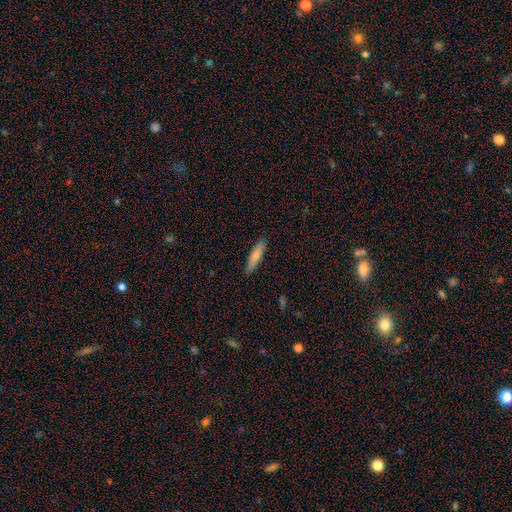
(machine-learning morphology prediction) Q: Smooth or featured?
A: smooth (79%); runner-up: featured or disk (15%)
Q: How rounded?
A: cigar-shaped (78%); runner-up: in between (21%)
Q: Merging?
A: none (88%); runner-up: minor disturbance (9%)